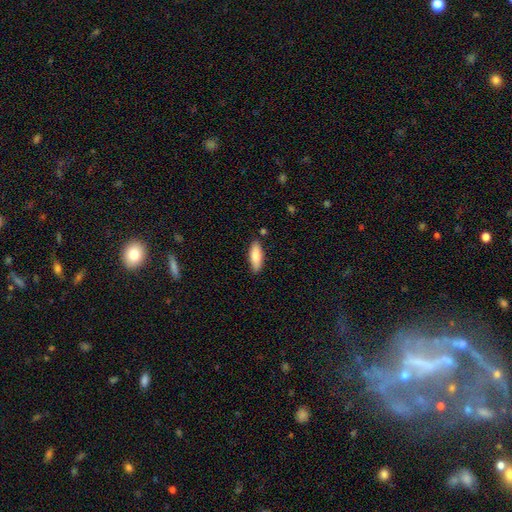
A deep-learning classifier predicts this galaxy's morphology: smooth 84%, featured or disk 10%, star or artifact 6%. Down the decision tree: how rounded — in between (62%); merging — none (82%).